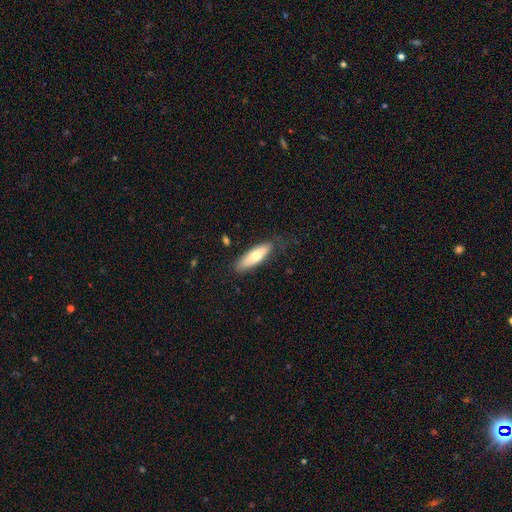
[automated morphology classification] Q: Smooth or featured?
A: smooth (69%); runner-up: featured or disk (25%)
Q: How rounded?
A: in between (54%); runner-up: cigar-shaped (44%)
Q: Merging?
A: none (79%); runner-up: minor disturbance (16%)